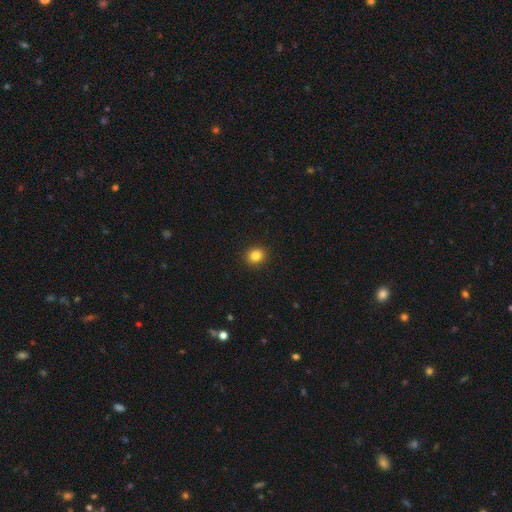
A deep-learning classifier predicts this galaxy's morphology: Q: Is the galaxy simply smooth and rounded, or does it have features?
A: smooth — 84%.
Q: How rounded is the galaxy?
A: round — 78%.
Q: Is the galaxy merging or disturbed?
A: none — 92%.